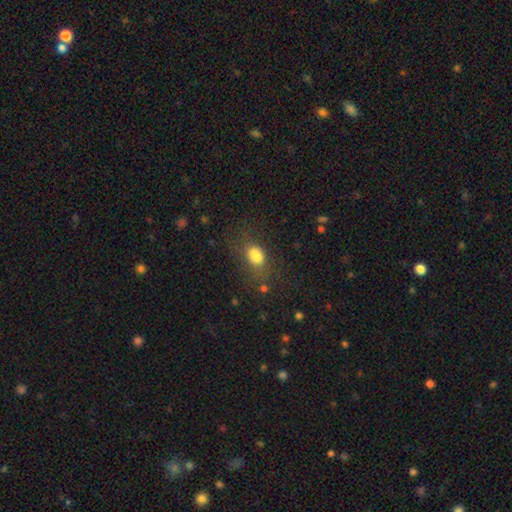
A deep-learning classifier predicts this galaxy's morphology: Smooth or featured: smooth — 77% (star or artifact — 13%)
How rounded: in between — 79% (round — 18%)
Merging: none — 51% (minor disturbance — 24%)